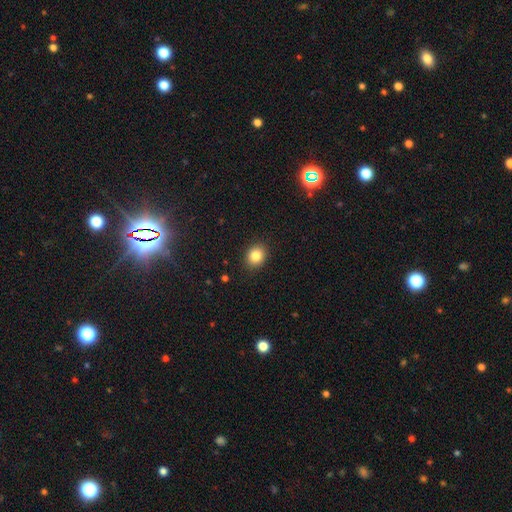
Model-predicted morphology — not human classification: This is clearly a smooth galaxy (84%). How rounded: likely round (67%). Merging: clearly none (90%).